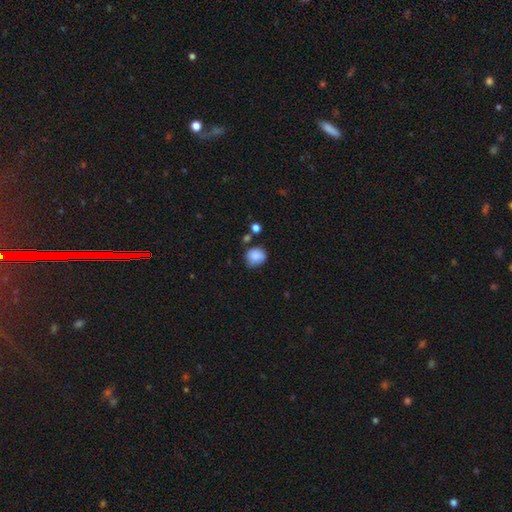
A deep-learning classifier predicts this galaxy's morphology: smooth_or_featured: smooth (p=0.82) [alt: featured or disk p=0.09]
how_rounded: round (p=0.79) [alt: in between p=0.20]
merging: none (p=0.66) [alt: minor disturbance p=0.23]